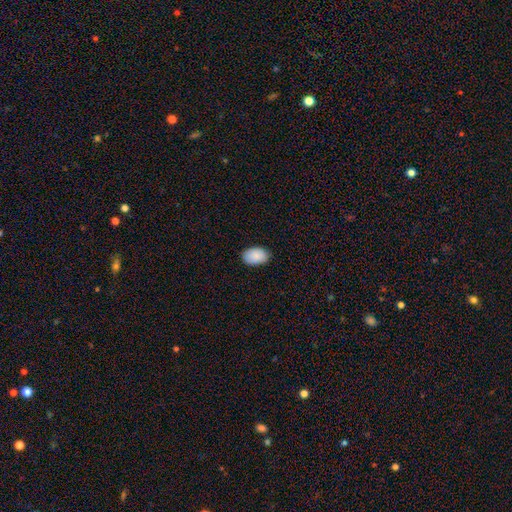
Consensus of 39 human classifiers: Volunteers were most divided on "smooth or featured": smooth: 87%, star or artifact: 8%, featured or disk: 5%. More confident: merging — none (97%); how rounded — in between (91%).